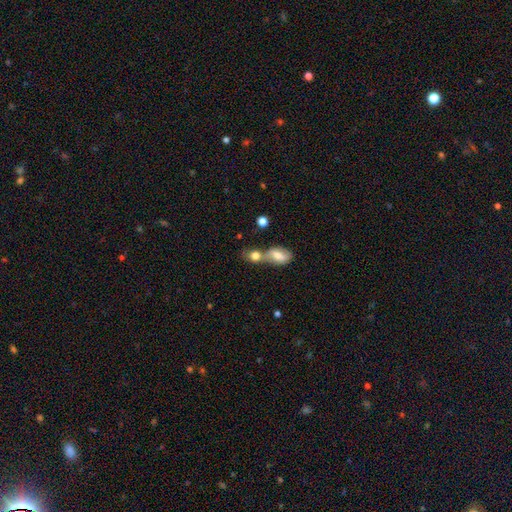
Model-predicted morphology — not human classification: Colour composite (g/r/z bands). It shows a smooth galaxy with no disk features (74%) that is in between round and cigar-shaped (58%). Merging: merger (63%).